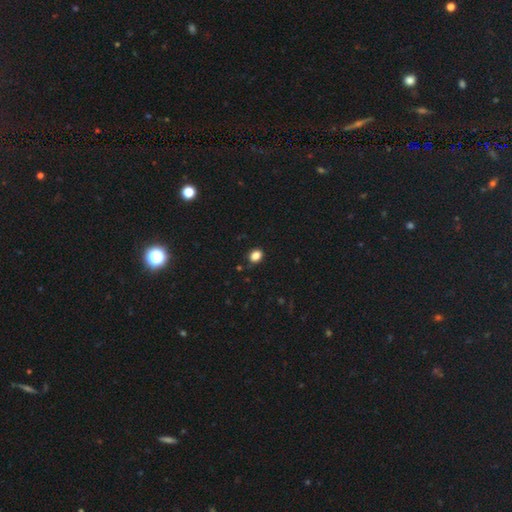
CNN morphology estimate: type=smooth (85%); roundness=in between (54%); merging=none (84%).